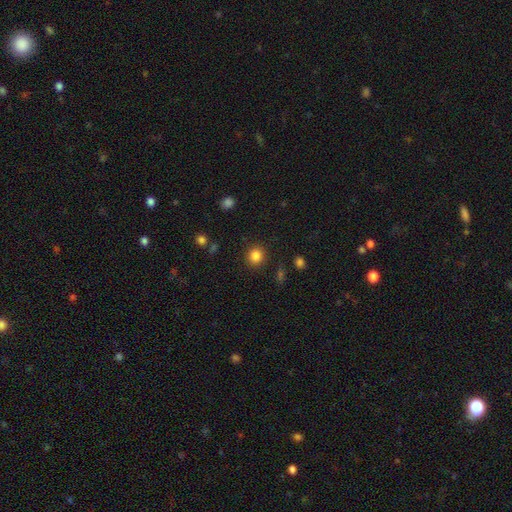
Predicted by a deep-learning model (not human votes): The model was most divided on "how rounded": round: 86%, in between: 13%, cigar-shaped: 1%. More confident: merging — none (89%); smooth or featured — smooth (84%).